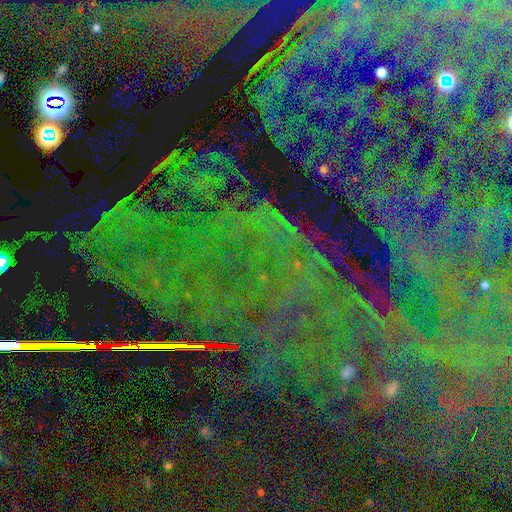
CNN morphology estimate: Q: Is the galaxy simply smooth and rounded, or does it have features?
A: star or artifact — 85%.